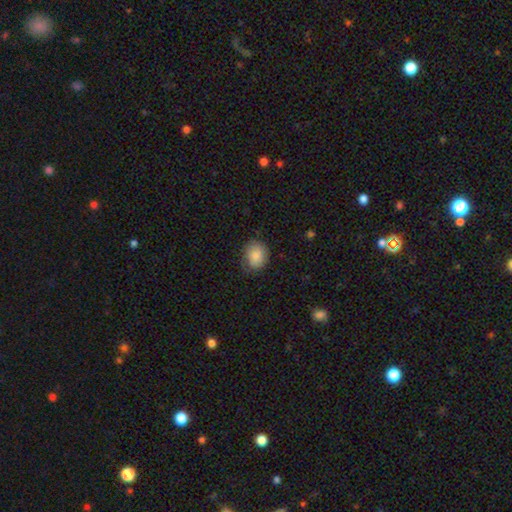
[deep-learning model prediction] smooth-or-featured: smooth: 85% | featured or disk: 8% | star or artifact: 7%
  how-rounded: in between: 50% | round: 49% | cigar-shaped: 1%
  merging: none: 70% | minor disturbance: 23% | major disturbance: 6% | merger: 1%